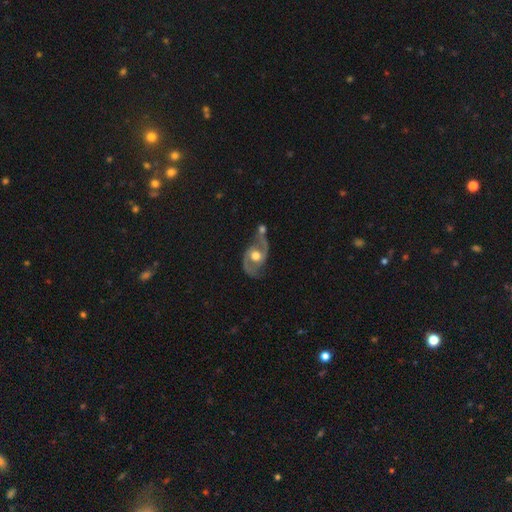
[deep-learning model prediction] Smooth or featured? featured or disk (80%)
Edge-on disk? no (95%)
Bar? no (67%)
Spiral arms? yes (85%)
Spiral winding? medium (47%)
Spiral arm count? 2 (88%)
Bulge size? moderate (66%)
Merging? none (44%)